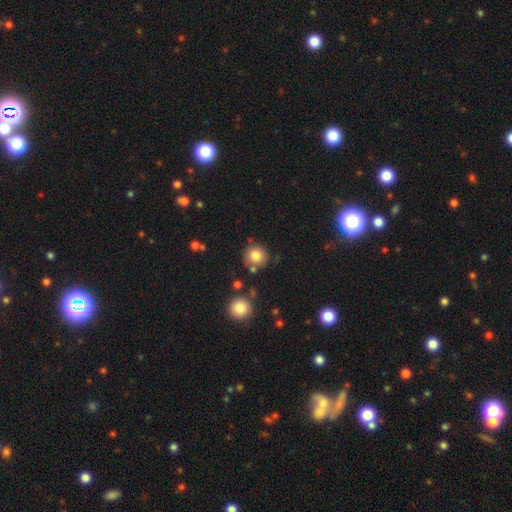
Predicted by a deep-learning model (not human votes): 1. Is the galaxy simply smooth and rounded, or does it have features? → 81% smooth, 11% star or artifact, 8% featured or disk.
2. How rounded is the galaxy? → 90% round, 9% in between, 1% cigar-shaped.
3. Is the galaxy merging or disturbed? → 79% none, 11% minor disturbance, 7% merger, 3% major disturbance.